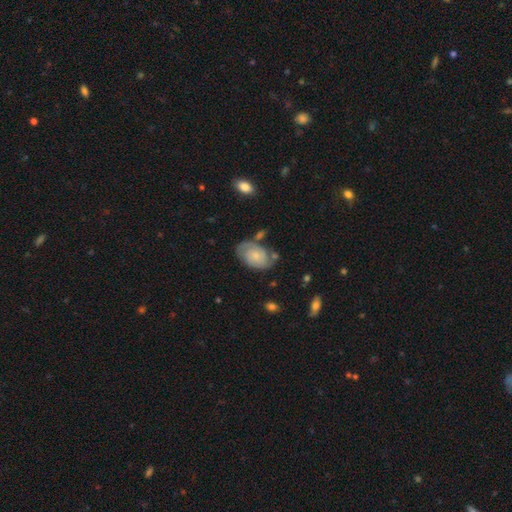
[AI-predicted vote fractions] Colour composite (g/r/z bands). It shows a featured or disk galaxy (49%). Merging: none (60%).